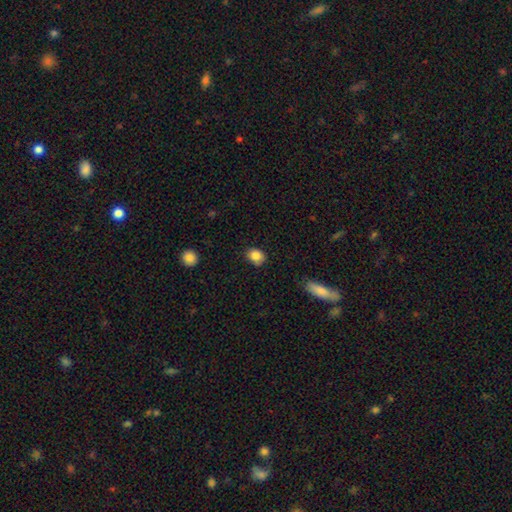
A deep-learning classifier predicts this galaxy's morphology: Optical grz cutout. It shows a smooth galaxy with no disk features (85%) that is round (51%). Merging: none (80%).